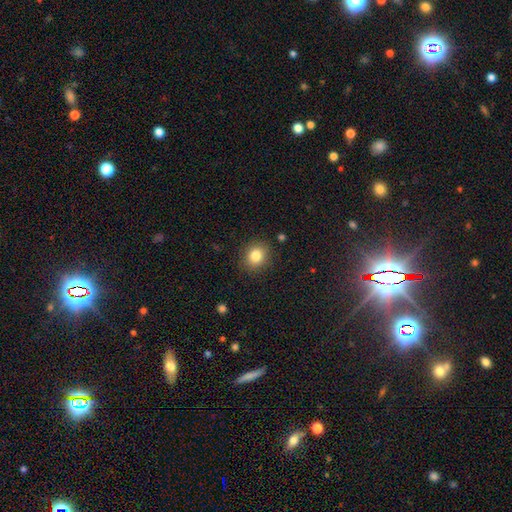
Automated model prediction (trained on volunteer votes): Smooth or featured: smooth — 84% (star or artifact — 10%)
How rounded: round — 74% (in between — 25%)
Merging: none — 88% (minor disturbance — 8%)